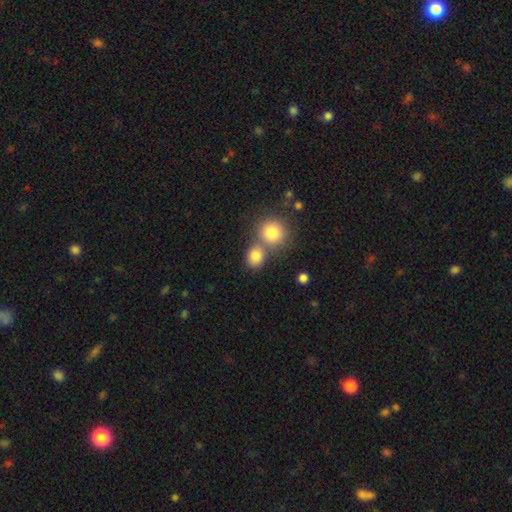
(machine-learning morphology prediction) The model was most divided on "merging": none: 49%, merger: 39%, minor disturbance: 8%, major disturbance: 3%. More confident: smooth or featured — smooth (82%); how rounded — round (73%).